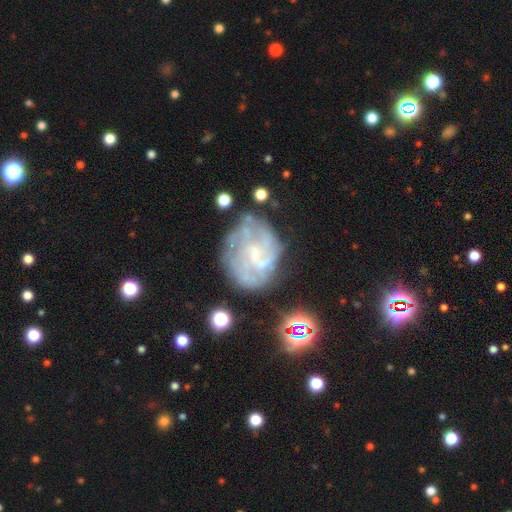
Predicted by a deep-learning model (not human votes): Overall: featured or disk (74%). Edge-on disk: no (98%). Bar: no (55%; weak 37%). Spiral arms: yes (73%). Spiral arm count: can't tell (51%; 3 14%). Spiral winding: tight (46%; medium 36%). Bulge size: small (54%; none 28%). Merging: none (60%).